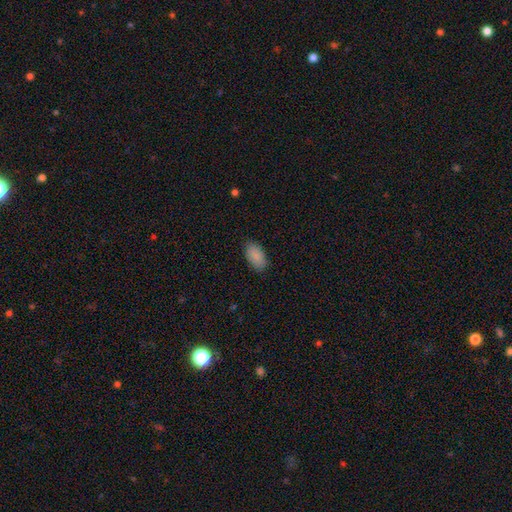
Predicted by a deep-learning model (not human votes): Q: Smooth or featured?
A: smooth (89%); runner-up: star or artifact (7%)
Q: How rounded?
A: in between (94%); runner-up: round (3%)
Q: Merging?
A: none (86%); runner-up: minor disturbance (11%)